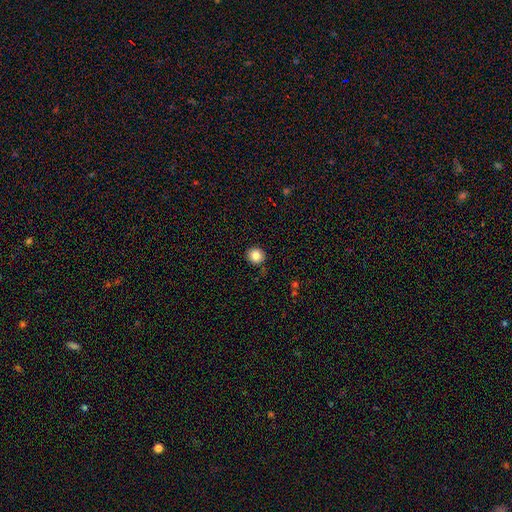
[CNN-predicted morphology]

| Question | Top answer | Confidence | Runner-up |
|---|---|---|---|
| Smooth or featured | smooth | 83% | star or artifact (10%) |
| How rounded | round | 90% | in between (9%) |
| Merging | none | 89% | minor disturbance (8%) |